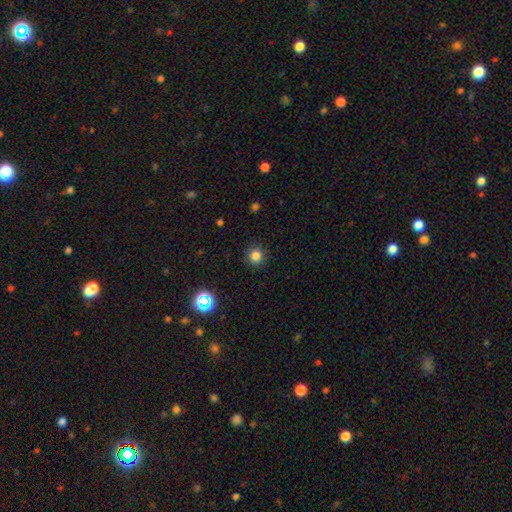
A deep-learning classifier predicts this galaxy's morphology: Smooth or featured? smooth (82%)
How rounded? round (92%)
Merging? none (90%)